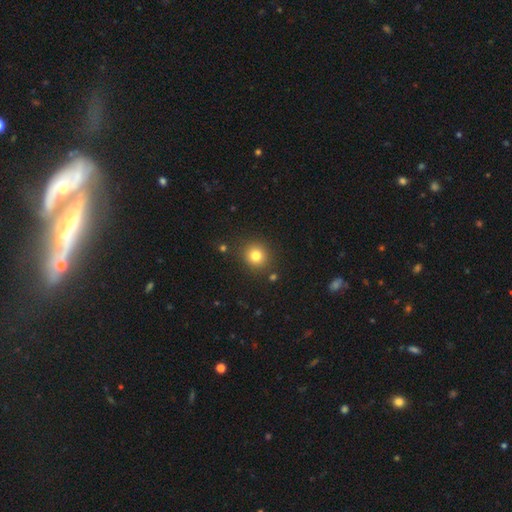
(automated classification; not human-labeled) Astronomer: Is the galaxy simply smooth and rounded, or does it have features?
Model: smooth — 80%.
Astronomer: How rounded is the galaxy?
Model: round — 89%.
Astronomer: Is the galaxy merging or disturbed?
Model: none — 87%.